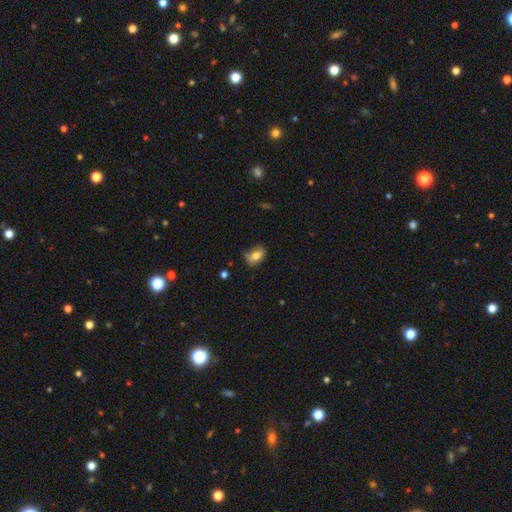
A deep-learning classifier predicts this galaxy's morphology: The model was most divided on "merging": none: 53%, minor disturbance: 34%, major disturbance: 10%, merger: 3%. More confident: how rounded — in between (84%); smooth or featured — smooth (78%).